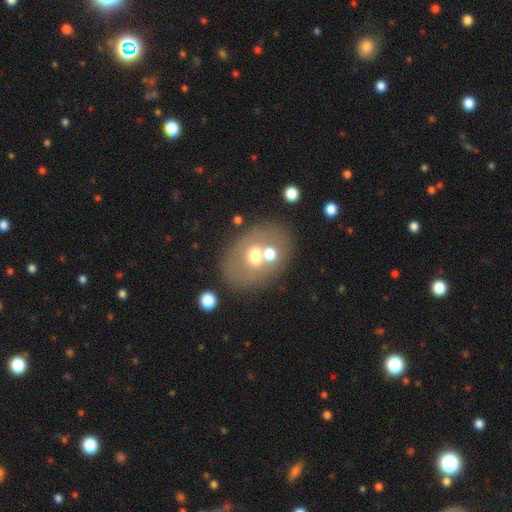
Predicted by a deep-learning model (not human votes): A smooth galaxy with no disk features (54%) that is in between round and cigar-shaped (58%).

Vote fractions:
- Smooth or featured? smooth: 54% / featured or disk: 34% / star or artifact: 12%
- How rounded? in between: 58% / round: 41% / cigar-shaped: 1%
- Merging? none: 57% / merger: 26% / minor disturbance: 11% / major disturbance: 6%